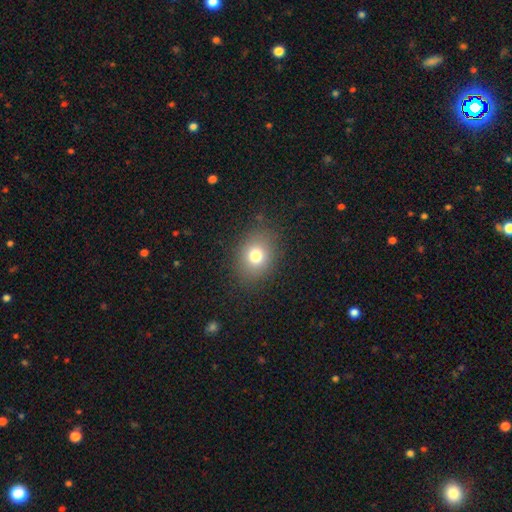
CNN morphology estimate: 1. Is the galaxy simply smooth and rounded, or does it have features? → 75% smooth, 13% star or artifact, 11% featured or disk.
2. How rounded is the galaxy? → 50% round, 49% in between, 1% cigar-shaped.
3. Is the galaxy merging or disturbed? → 84% none, 11% minor disturbance, 4% major disturbance, 1% merger.